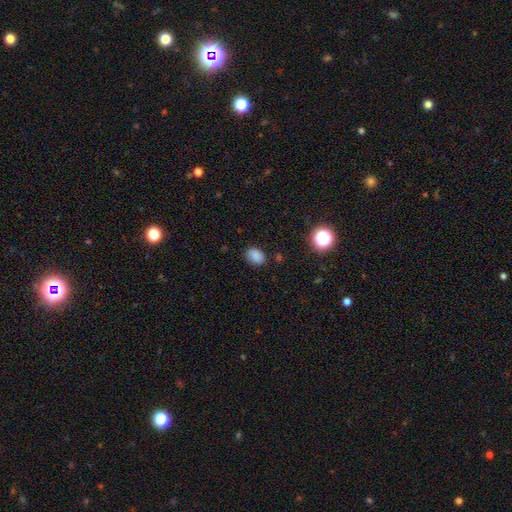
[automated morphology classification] Q: Smooth or featured?
A: smooth (83%); runner-up: star or artifact (12%)
Q: How rounded?
A: in between (72%); runner-up: round (27%)
Q: Merging?
A: none (81%); runner-up: minor disturbance (14%)